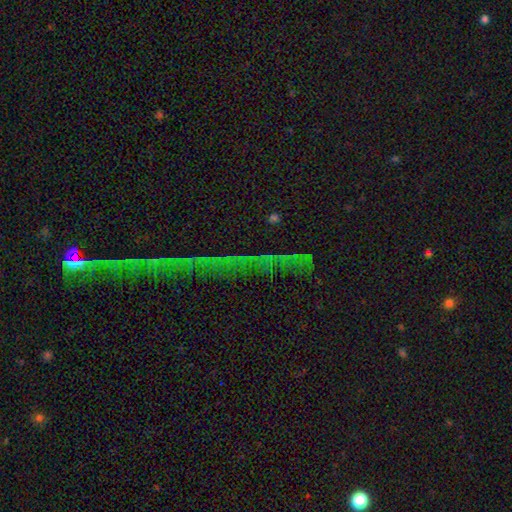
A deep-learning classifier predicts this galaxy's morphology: A star or artifact, not a galaxy (77%).